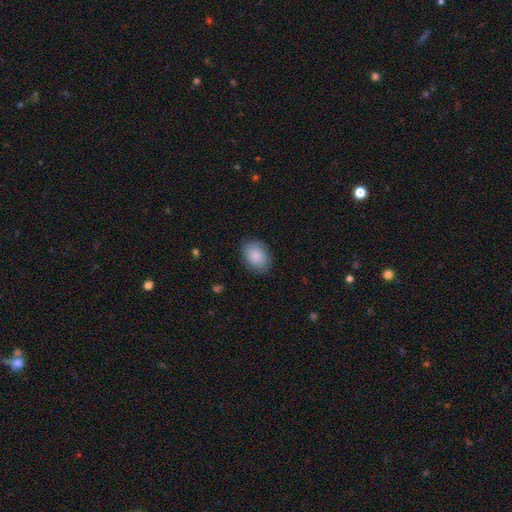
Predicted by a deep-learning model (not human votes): Smooth or featured?
  - smooth: 86% *
  - featured or disk: 7%
  - star or artifact: 7%
How rounded?
  - in between: 73% *
  - round: 26%
  - cigar-shaped: 1%
Merging?
  - none: 83% *
  - minor disturbance: 13%
  - major disturbance: 3%
  - merger: 1%